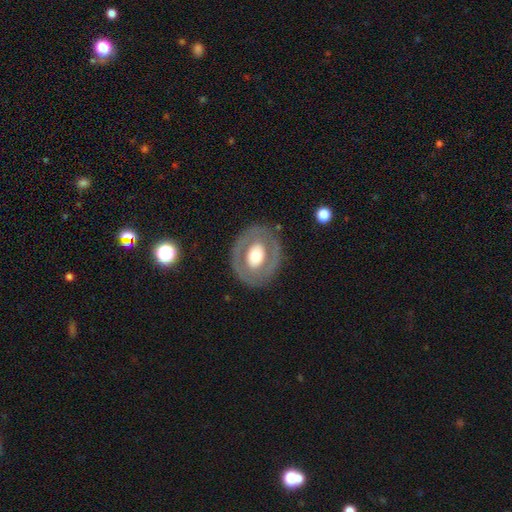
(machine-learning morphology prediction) Smooth or featured?
  - featured or disk: 56% *
  - smooth: 39%
  - star or artifact: 5%
Edge-on disk?
  - no: 94% *
  - yes: 6%
Bar?
  - no: 74% *
  - weak: 16%
  - strong: 10%
Spiral arms?
  - no: 85% *
  - yes: 15%
Bulge size?
  - moderate: 50% *
  - large: 39%
  - small: 6%
  - dominant: 5%
  - none: 1%
Merging?
  - none: 82% *
  - minor disturbance: 11%
  - major disturbance: 6%
  - merger: 1%